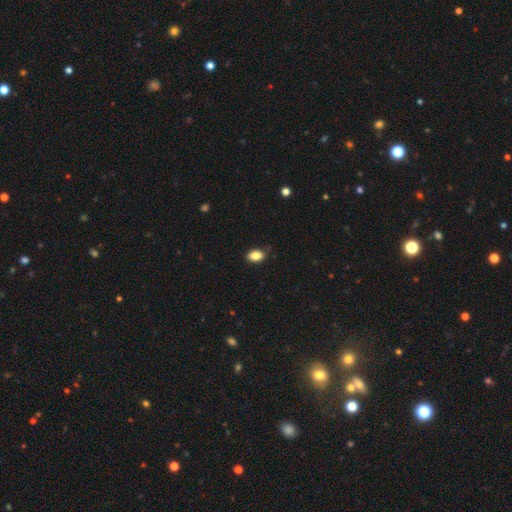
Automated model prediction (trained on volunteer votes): Smooth or featured? Predicted: smooth (p=0.88). How rounded? Predicted: in between (p=0.86). Merging? Predicted: none (p=0.85).